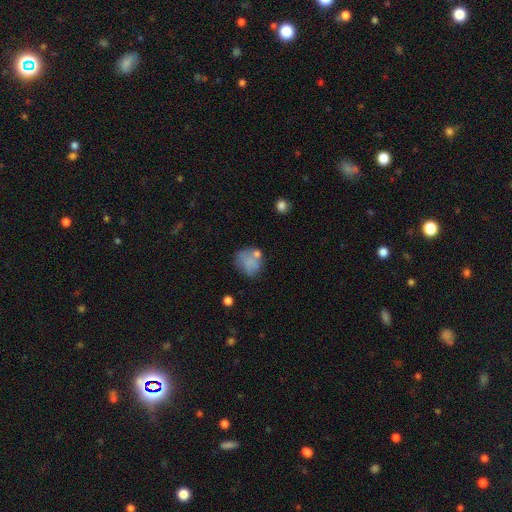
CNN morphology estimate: smooth 67%, featured or disk 19%, star or artifact 14%. Down the decision tree: how rounded — round (68%); merging — none (54%).